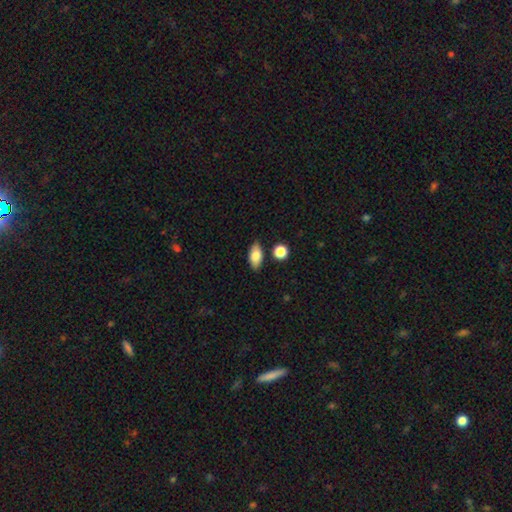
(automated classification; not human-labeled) Morphology: type=smooth (78%); roundness=in between (87%); merging=none (82%).